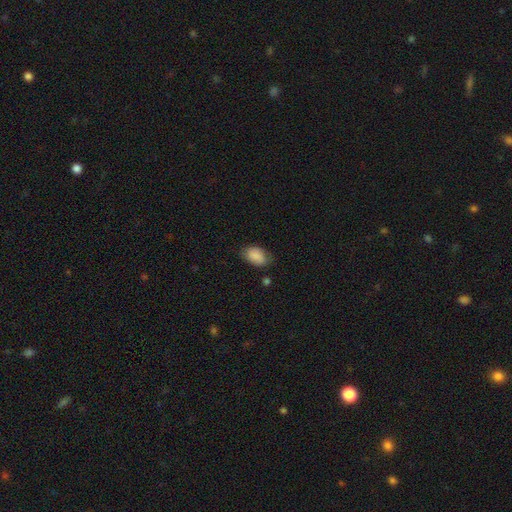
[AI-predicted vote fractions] smooth-or-featured: smooth: 87% | star or artifact: 7% | featured or disk: 6%
  how-rounded: in between: 88% | round: 11% | cigar-shaped: 1%
  merging: none: 72% | minor disturbance: 21% | major disturbance: 4% | merger: 2%